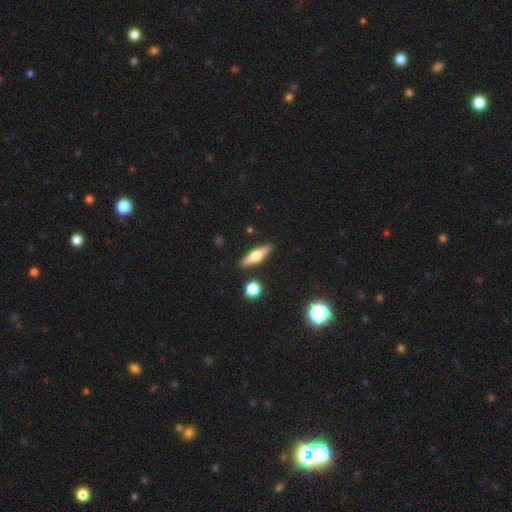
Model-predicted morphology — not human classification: This is possibly a smooth galaxy (48%). Merging: clearly none (87%).